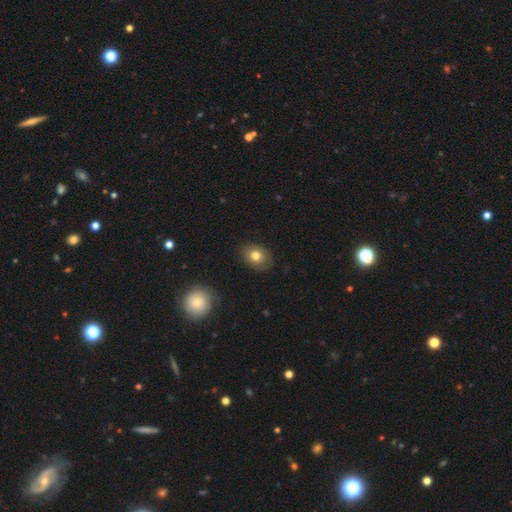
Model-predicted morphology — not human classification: A smooth galaxy with no disk features (75%) that is in between round and cigar-shaped (60%).

Vote fractions:
- Smooth or featured? smooth: 75% / featured or disk: 15% / star or artifact: 10%
- How rounded? in between: 60% / round: 39% / cigar-shaped: 1%
- Merging? none: 84% / minor disturbance: 12% / major disturbance: 3% / merger: 1%